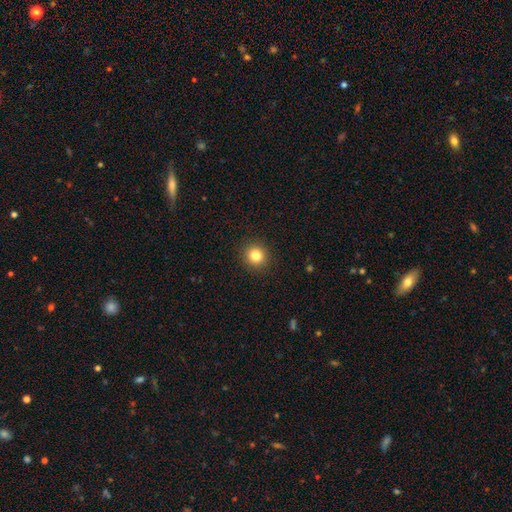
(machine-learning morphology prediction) Smooth or featured? smooth (83%)
How rounded? round (91%)
Merging? none (92%)